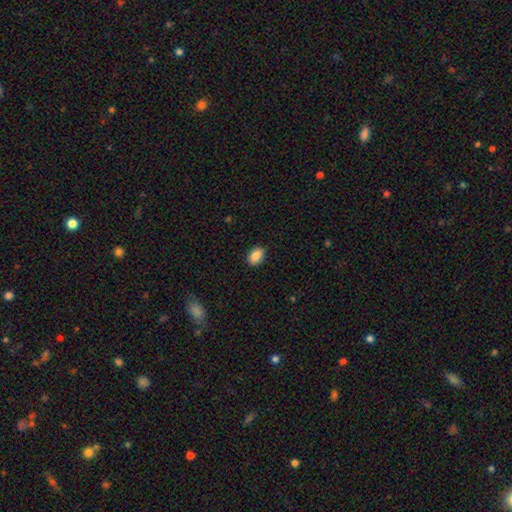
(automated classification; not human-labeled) Smooth or featured? smooth (88%)
How rounded? in between (82%)
Merging? none (89%)